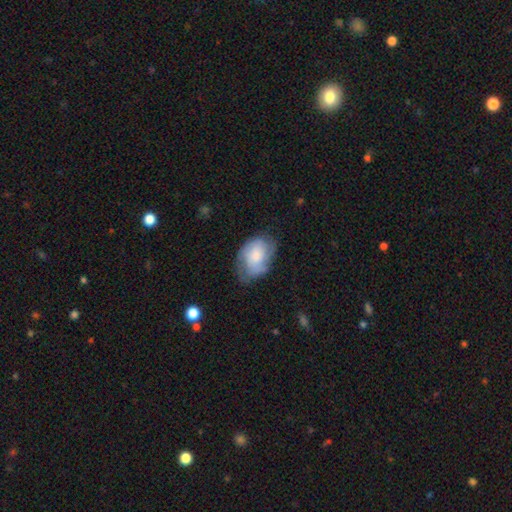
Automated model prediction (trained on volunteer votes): Smooth or featured? Predicted: smooth (p=0.57). How rounded? Predicted: in between (p=0.80). Merging? Predicted: none (p=0.53).